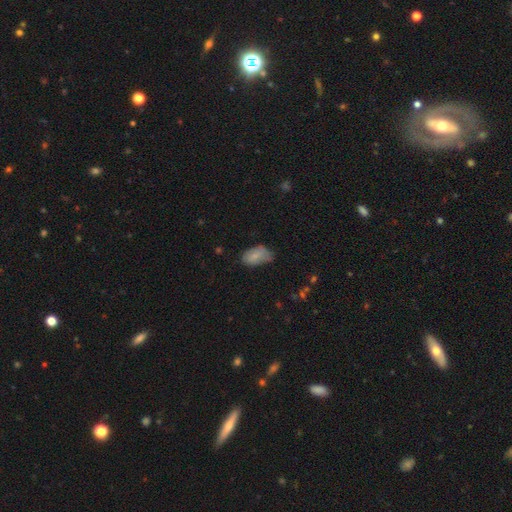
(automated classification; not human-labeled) smooth-or-featured: smooth: 79% | featured or disk: 14% | star or artifact: 8%
  how-rounded: in between: 93% | round: 4% | cigar-shaped: 2%
  merging: none: 47% | minor disturbance: 40% | major disturbance: 11% | merger: 2%